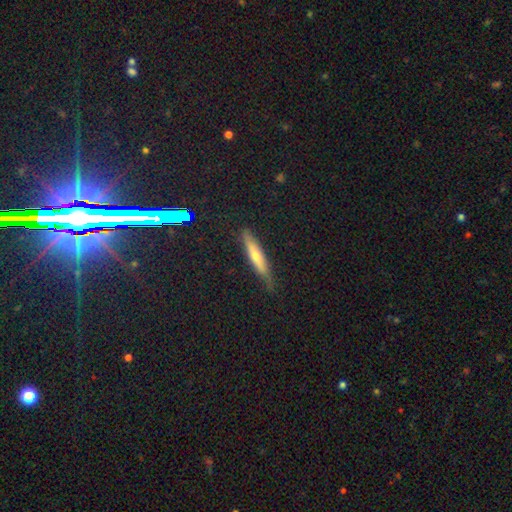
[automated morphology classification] This appears to be a smooth galaxy with no disk features (49%). Merging: none (77%).